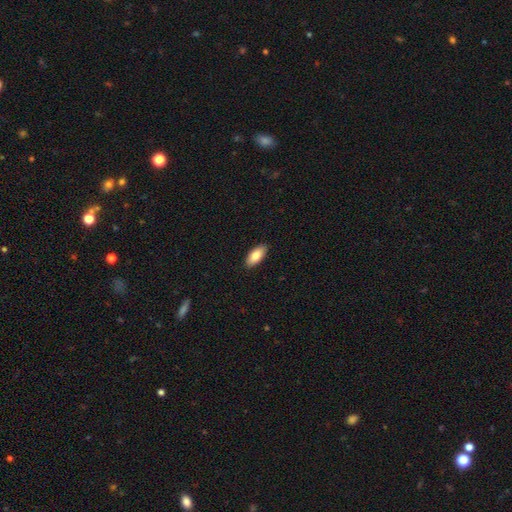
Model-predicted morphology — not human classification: This appears to be a smooth galaxy with no disk features (83%) that is in between round and cigar-shaped (88%). Merging: none (89%).